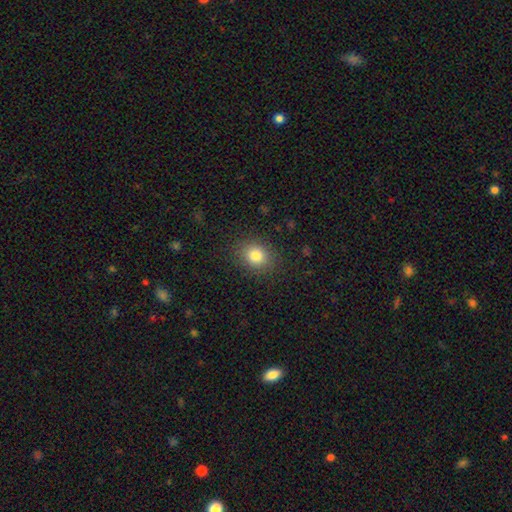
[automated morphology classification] smooth_or_featured: smooth (p=0.81) [alt: star or artifact p=0.12]
how_rounded: round (p=0.66) [alt: in between p=0.33]
merging: none (p=0.87) [alt: minor disturbance p=0.09]